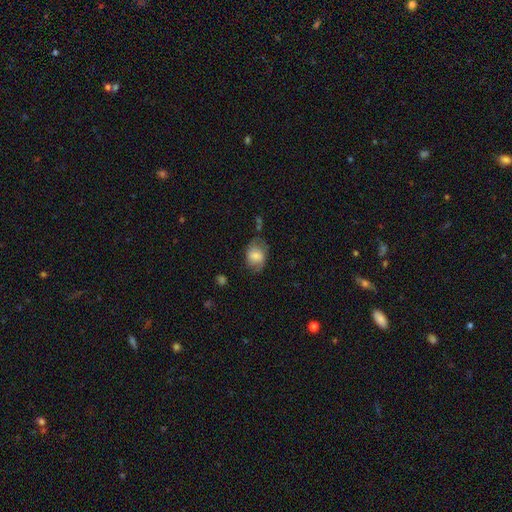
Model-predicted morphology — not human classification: Smooth or featured: smooth — 67% (featured or disk — 26%)
How rounded: in between — 66% (round — 33%)
Merging: none — 55% (minor disturbance — 28%)